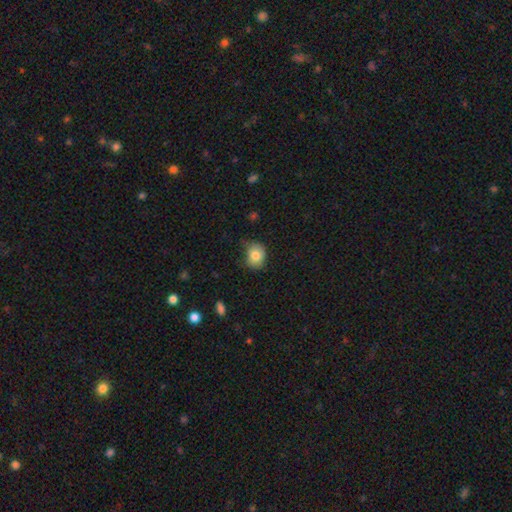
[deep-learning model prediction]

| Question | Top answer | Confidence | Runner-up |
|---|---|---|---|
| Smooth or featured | smooth | 80% | featured or disk (10%) |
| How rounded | round | 63% | in between (36%) |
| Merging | none | 60% | minor disturbance (31%) |